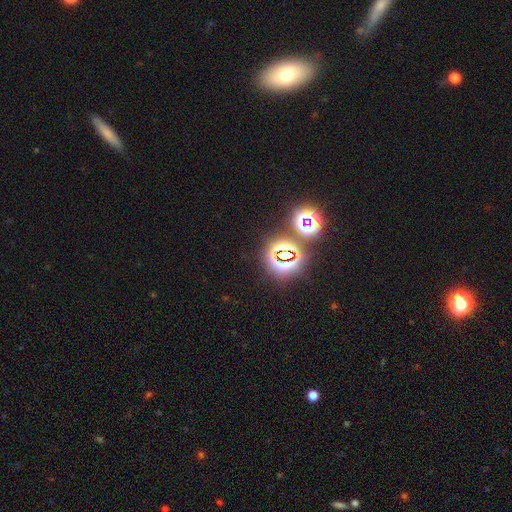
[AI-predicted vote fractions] smooth-or-featured: star or artifact: 76% | smooth: 14% | featured or disk: 9%